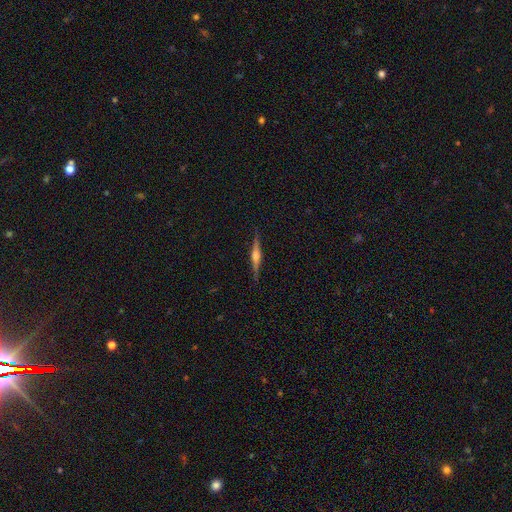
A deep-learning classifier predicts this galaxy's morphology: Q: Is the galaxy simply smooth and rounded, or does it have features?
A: featured or disk — 77%.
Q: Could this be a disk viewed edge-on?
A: yes — 98%.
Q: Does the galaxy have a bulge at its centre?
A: rounded — 82%.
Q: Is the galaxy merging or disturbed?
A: none — 90%.